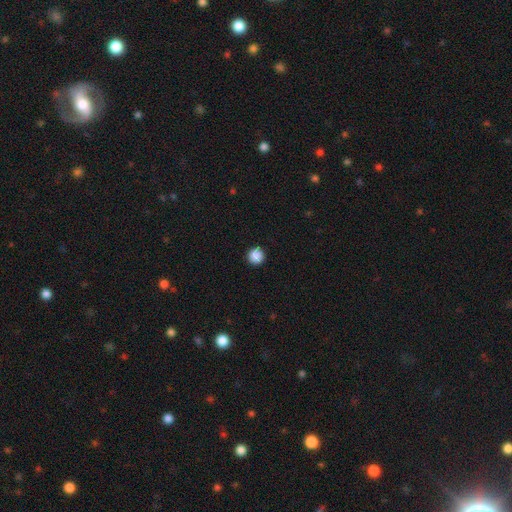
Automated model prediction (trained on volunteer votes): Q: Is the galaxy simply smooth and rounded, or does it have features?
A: smooth — 89%.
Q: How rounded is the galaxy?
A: round — 95%.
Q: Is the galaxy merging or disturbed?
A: none — 92%.